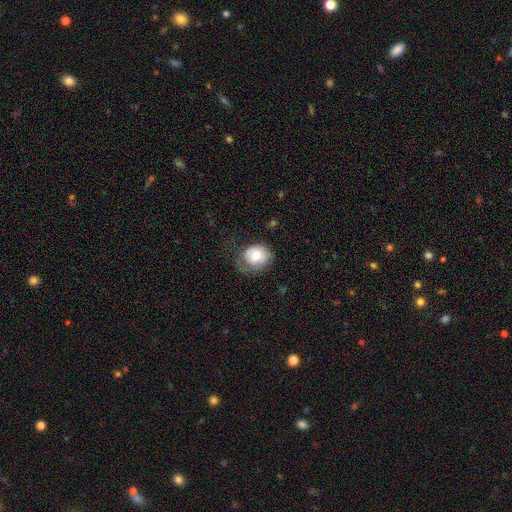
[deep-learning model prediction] This appears to be a smooth galaxy with no disk features (71%) that is round (69%). Merging: none (45%).